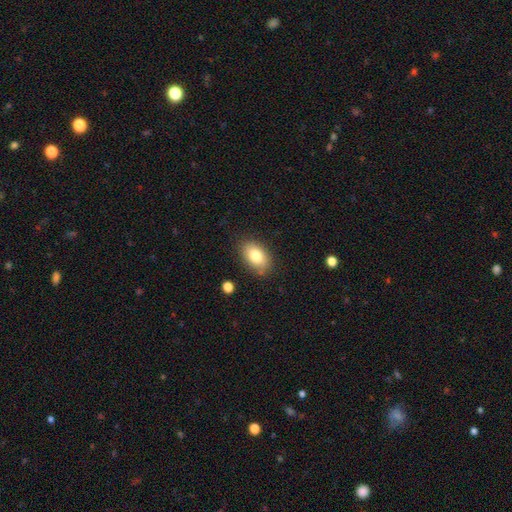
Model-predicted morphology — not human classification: Smooth or featured?
  - smooth: 81% *
  - featured or disk: 11%
  - star or artifact: 8%
How rounded?
  - in between: 89% *
  - round: 10%
  - cigar-shaped: 1%
Merging?
  - none: 82% *
  - minor disturbance: 13%
  - major disturbance: 3%
  - merger: 2%